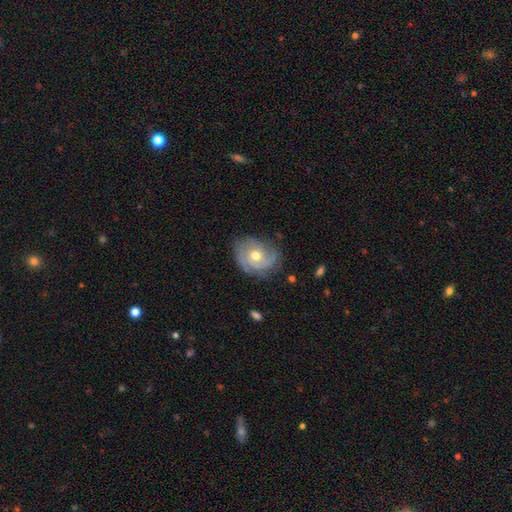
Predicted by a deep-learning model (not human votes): Smooth or featured? Predicted: featured or disk (p=0.71). Edge-on disk? Predicted: no (p=0.96). Bar? Predicted: no (p=0.80). Spiral arms? Predicted: yes (p=0.85). Spiral winding? Predicted: tight (p=0.56). Spiral arm count? Predicted: 2 (p=0.33). Bulge size? Predicted: moderate (p=0.75). Merging? Predicted: none (p=0.63).